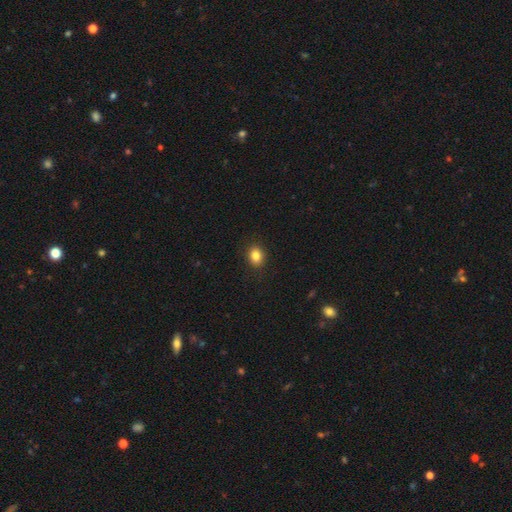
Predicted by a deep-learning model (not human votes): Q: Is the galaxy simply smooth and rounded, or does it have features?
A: smooth — 84%.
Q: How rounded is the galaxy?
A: round — 54%.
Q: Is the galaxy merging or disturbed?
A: none — 90%.